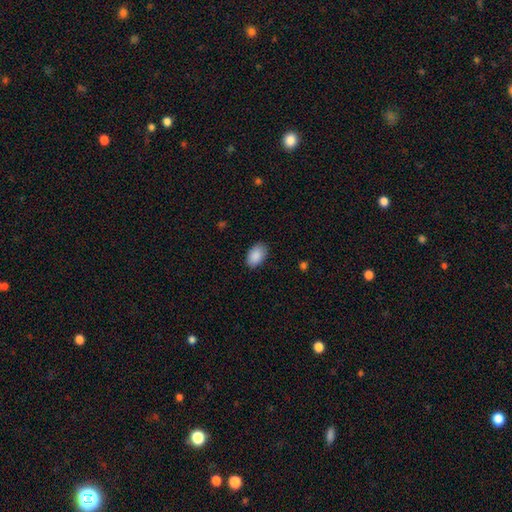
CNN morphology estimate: A smooth galaxy with no disk features (90%) that is in between round and cigar-shaped (93%).

Vote fractions:
- Smooth or featured? smooth: 90% / star or artifact: 6% / featured or disk: 3%
- How rounded? in between: 93% / round: 6% / cigar-shaped: 1%
- Merging? none: 85% / minor disturbance: 11% / major disturbance: 2% / merger: 1%